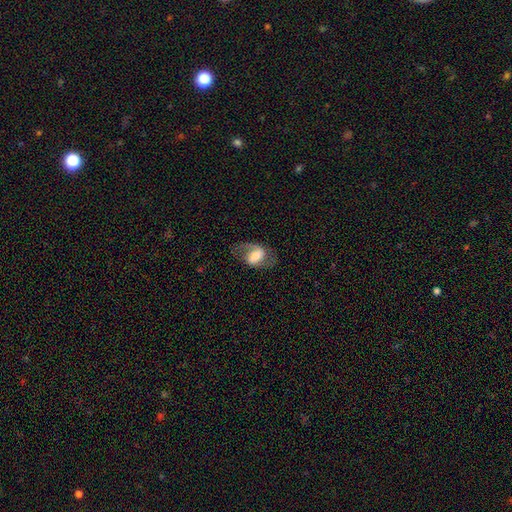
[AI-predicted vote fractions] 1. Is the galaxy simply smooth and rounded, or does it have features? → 64% featured or disk, 29% smooth, 8% star or artifact.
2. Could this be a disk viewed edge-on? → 95% no, 5% yes.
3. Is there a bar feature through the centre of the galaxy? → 44% weak, 33% strong, 23% no.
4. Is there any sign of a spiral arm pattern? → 85% yes, 15% no.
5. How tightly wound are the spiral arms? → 45% medium, 41% loose, 14% tight.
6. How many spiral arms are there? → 80% 2, 11% 1, 6% can't tell, 1% 3, 1% 4, 1% more than 4.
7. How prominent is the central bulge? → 34% moderate, 33% large, 18% small, 8% none, 6% dominant.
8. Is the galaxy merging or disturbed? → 65% none, 19% minor disturbance, 15% major disturbance, 1% merger.